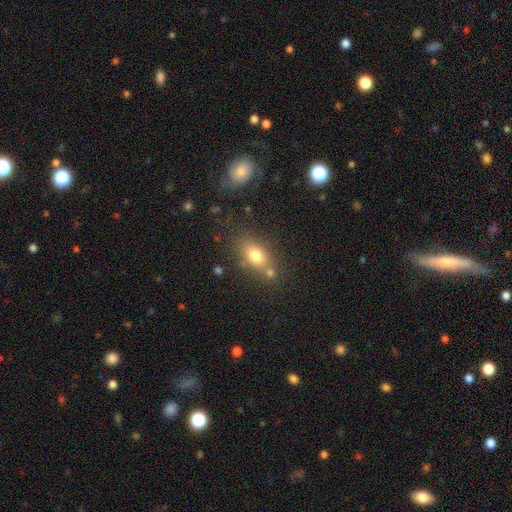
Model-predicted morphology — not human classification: smooth 74%, featured or disk 15%, star or artifact 11%. Down the decision tree: how rounded — in between (76%); merging — none (64%).